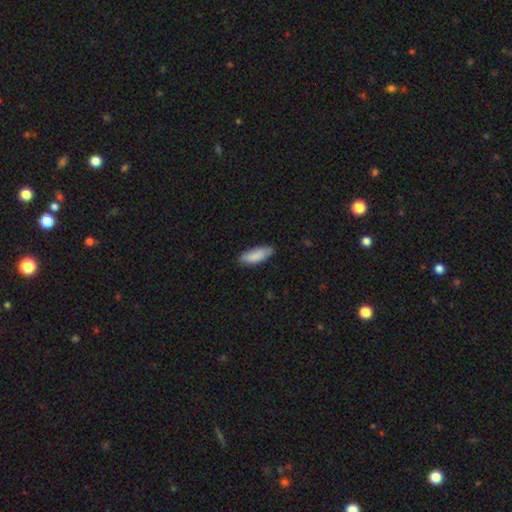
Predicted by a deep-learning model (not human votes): Q: Smooth or featured?
A: smooth (86%); runner-up: featured or disk (8%)
Q: How rounded?
A: in between (73%); runner-up: cigar-shaped (26%)
Q: Merging?
A: none (80%); runner-up: minor disturbance (17%)